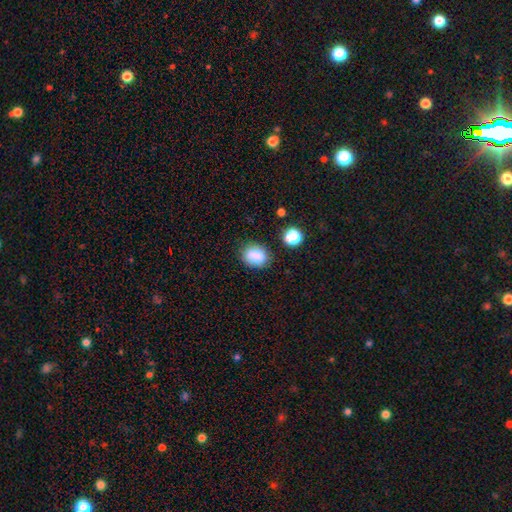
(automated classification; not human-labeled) Smooth or featured? Predicted: smooth (p=0.84). How rounded? Predicted: in between (p=0.54). Merging? Predicted: none (p=0.77).